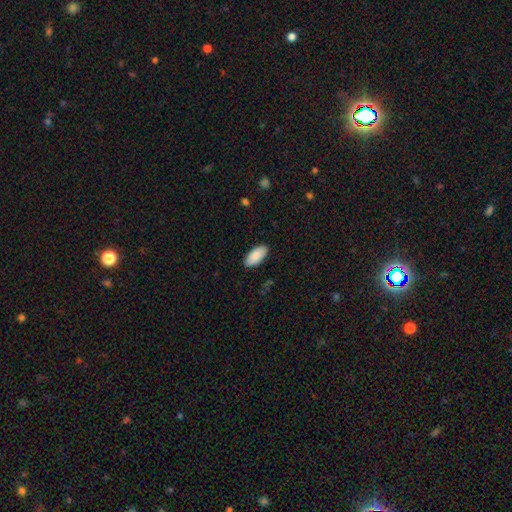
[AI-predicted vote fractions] Overall: smooth (89%). How rounded: in between (93%). Merging: none (89%).